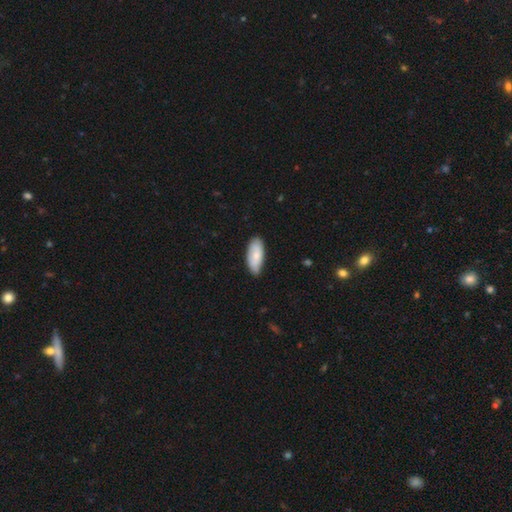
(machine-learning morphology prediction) smooth-or-featured: smooth: 77% | featured or disk: 18% | star or artifact: 5%
  how-rounded: in between: 86% | cigar-shaped: 13% | round: 2%
  merging: none: 78% | minor disturbance: 18% | major disturbance: 2% | merger: 1%